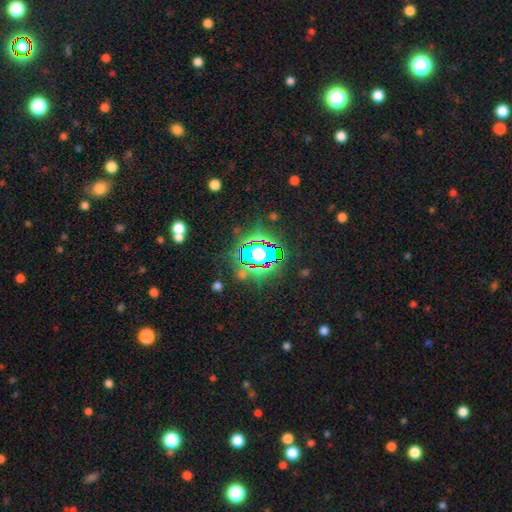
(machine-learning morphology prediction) A star or artifact, not a galaxy (81%).

Vote fractions:
- Smooth or featured? star or artifact: 81% / smooth: 11% / featured or disk: 8%